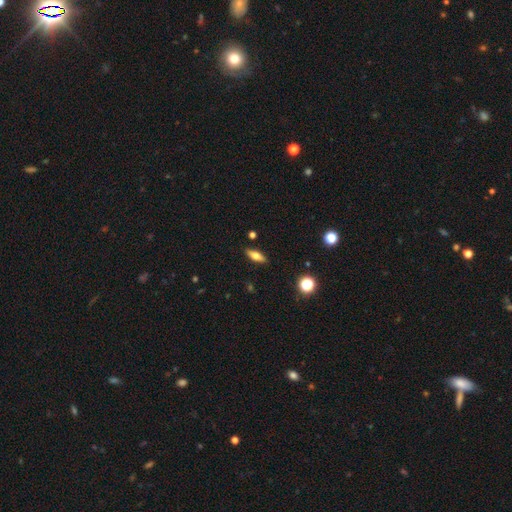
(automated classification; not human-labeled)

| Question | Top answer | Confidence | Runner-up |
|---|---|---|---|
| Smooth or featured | smooth | 57% | featured or disk (35%) |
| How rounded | in between | 56% | cigar-shaped (40%) |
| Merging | none | 88% | minor disturbance (8%) |